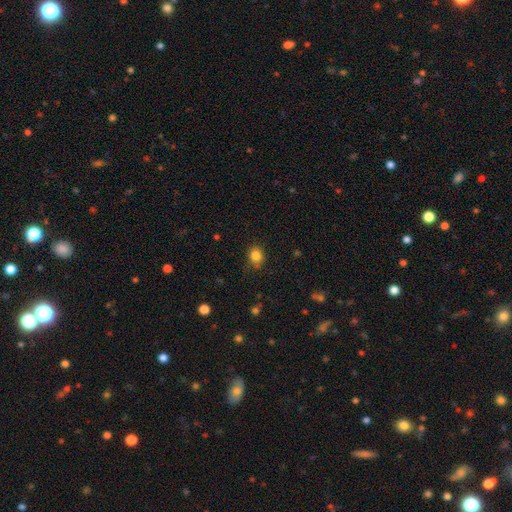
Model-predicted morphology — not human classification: A smooth galaxy with no disk features (84%) that is round (75%). Merging: none (81%).